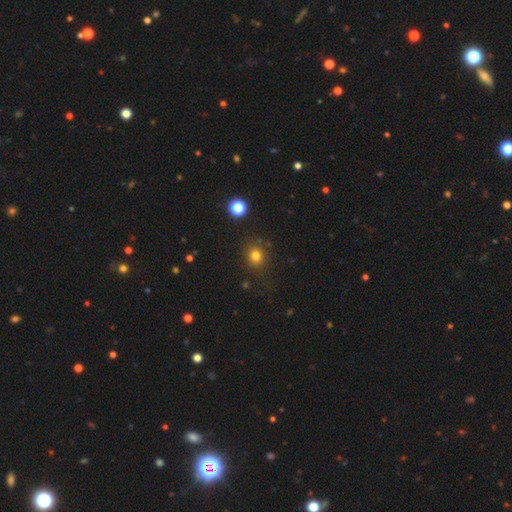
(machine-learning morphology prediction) type=smooth (78%); roundness=round (82%); merging=none (83%).